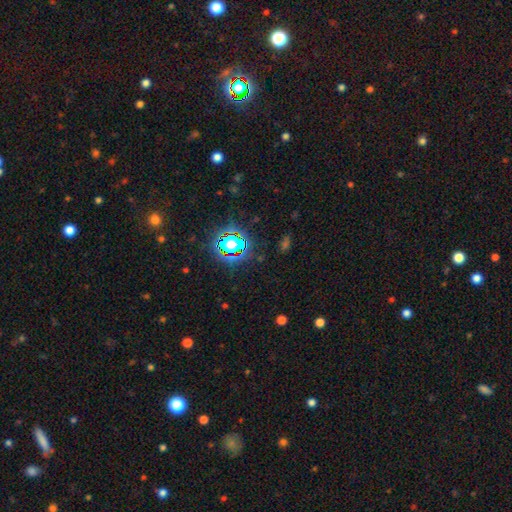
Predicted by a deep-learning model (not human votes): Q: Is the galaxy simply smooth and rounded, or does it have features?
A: star or artifact — 79%.